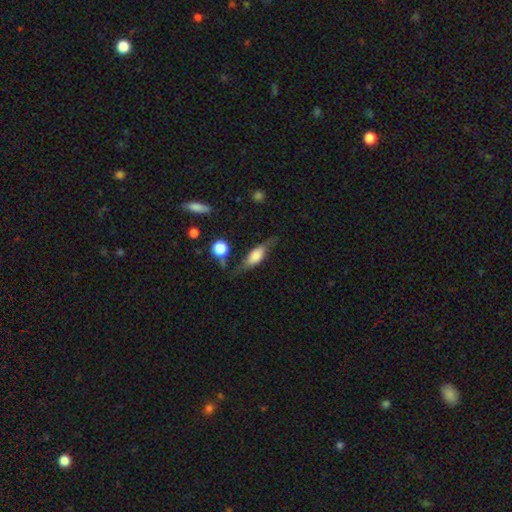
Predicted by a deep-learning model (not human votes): A featured or disk galaxy (49%).

Vote fractions:
- Smooth or featured? featured or disk: 49% / smooth: 43% / star or artifact: 8%
- Merging? none: 61% / minor disturbance: 24% / major disturbance: 11% / merger: 4%